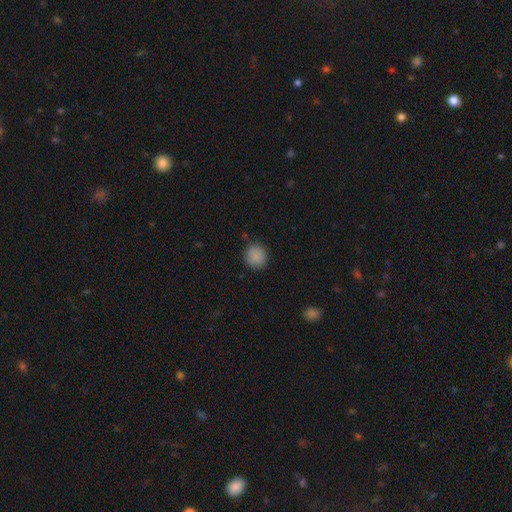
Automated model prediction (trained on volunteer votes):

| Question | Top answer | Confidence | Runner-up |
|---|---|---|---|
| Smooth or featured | smooth | 87% | star or artifact (9%) |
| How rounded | round | 89% | in between (10%) |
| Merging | none | 86% | minor disturbance (10%) |